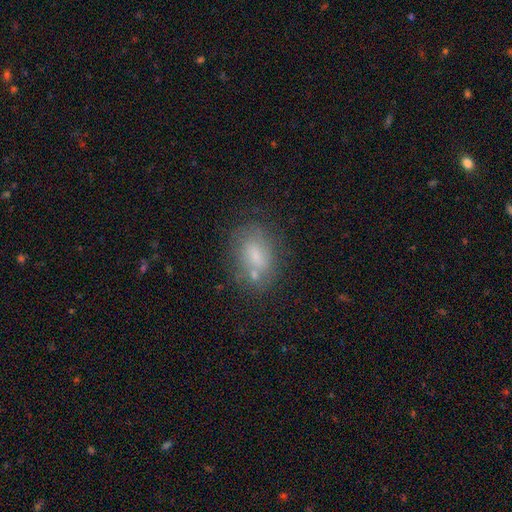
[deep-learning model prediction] Smooth or featured? smooth (64%)
How rounded? in between (81%)
Merging? none (59%)